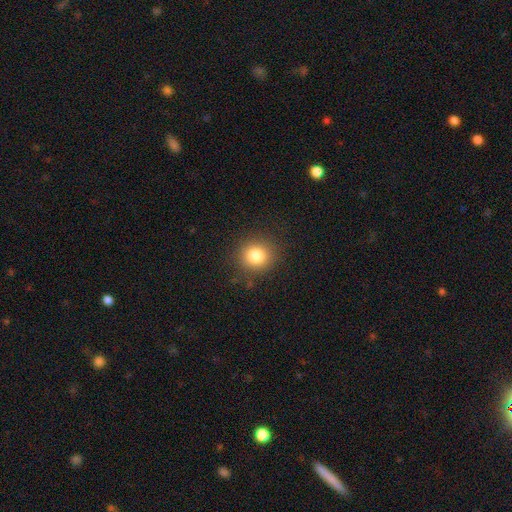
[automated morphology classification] Smooth or featured? smooth (82%)
How rounded? round (86%)
Merging? none (88%)